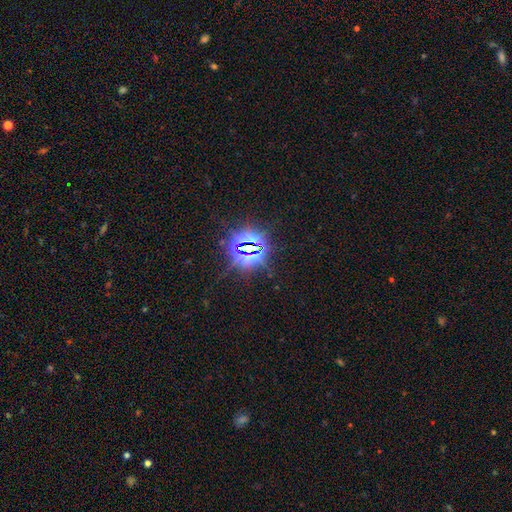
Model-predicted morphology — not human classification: A star or artifact, not a galaxy (84%).

Vote fractions:
- Smooth or featured? star or artifact: 84% / smooth: 9% / featured or disk: 8%